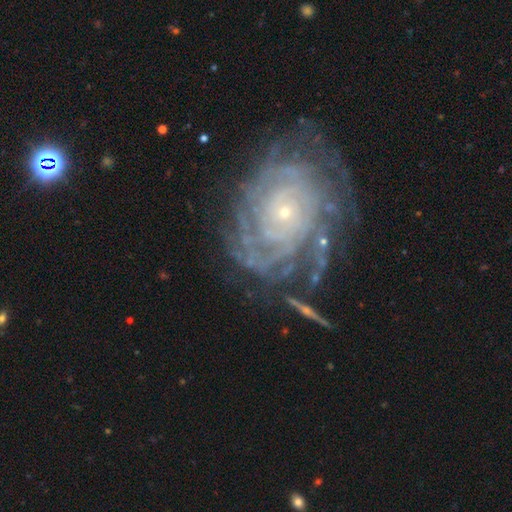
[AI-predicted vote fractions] A featured or disk galaxy (85%) with no bar (80%), tight (82%) spiral arms (95%) and a small central bulge (83%). Merging: none (70%).